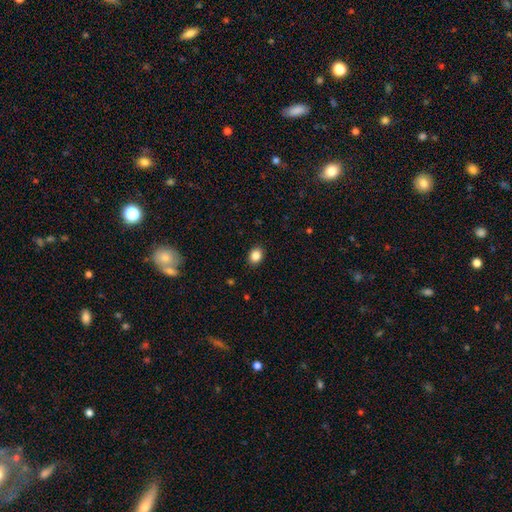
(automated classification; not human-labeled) Q: Smooth or featured?
A: smooth (86%); runner-up: star or artifact (10%)
Q: How rounded?
A: in between (50%); runner-up: round (49%)
Q: Merging?
A: none (90%); runner-up: minor disturbance (7%)